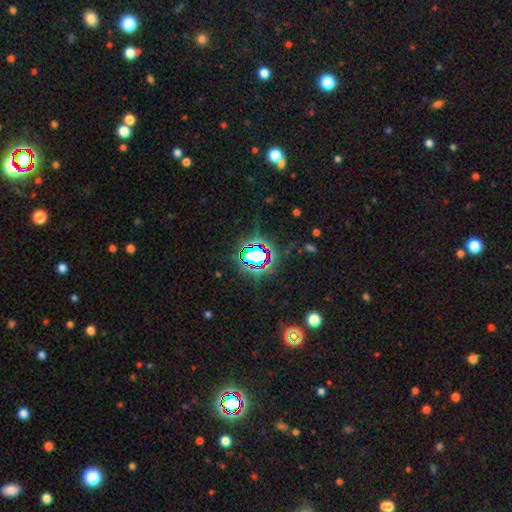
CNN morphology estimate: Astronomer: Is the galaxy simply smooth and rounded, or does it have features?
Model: star or artifact — 72%.